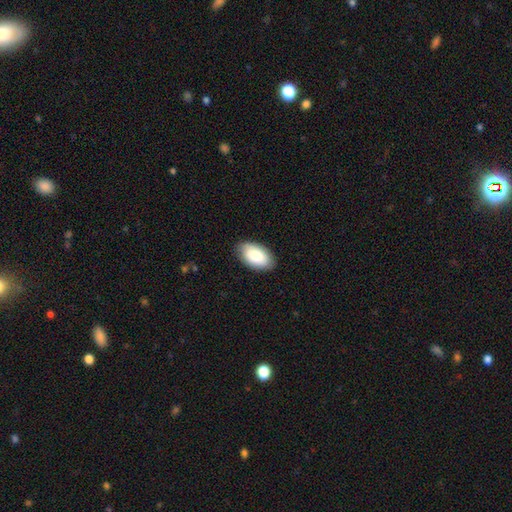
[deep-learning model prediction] smooth_or_featured: smooth (p=0.84) [alt: featured or disk p=0.11]
how_rounded: in between (p=0.95) [alt: round p=0.03]
merging: none (p=0.86) [alt: minor disturbance p=0.11]